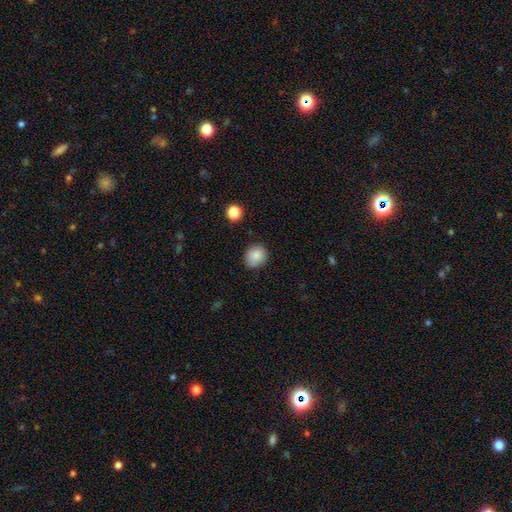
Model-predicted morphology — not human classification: The model was most divided on "how rounded": round: 78%, in between: 21%, cigar-shaped: 1%. More confident: smooth or featured — smooth (86%); merging — none (83%).